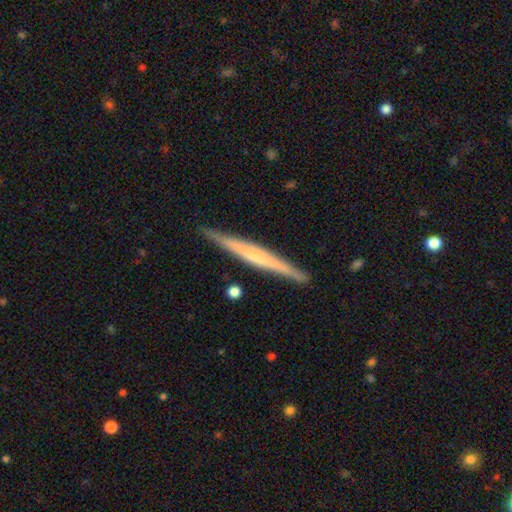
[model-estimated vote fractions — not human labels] Q: Smooth or featured?
A: featured or disk (61%); runner-up: smooth (34%)
Q: Edge-on disk?
A: yes (98%); runner-up: no (2%)
Q: Edge-on bulge?
A: none (55%); runner-up: rounded (27%)
Q: Merging?
A: none (89%); runner-up: minor disturbance (9%)